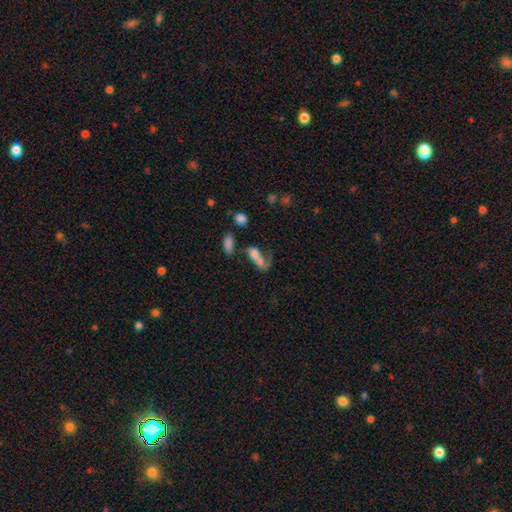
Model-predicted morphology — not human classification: The model was most divided on "merging": merger: 35%, major disturbance: 28%, none: 24%, minor disturbance: 13%. More confident: how rounded — in between (73%); smooth or featured — smooth (56%).